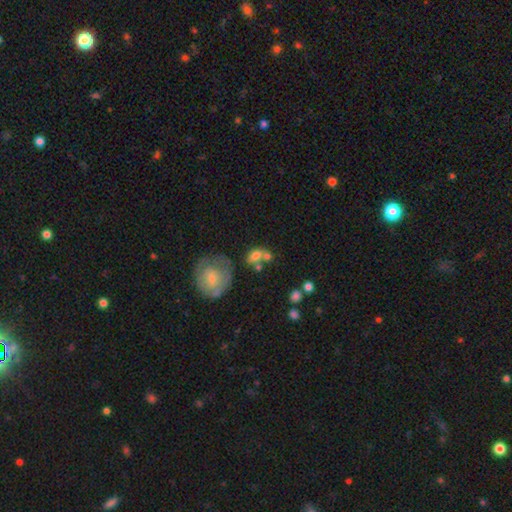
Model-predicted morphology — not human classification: Smooth or featured?
  - smooth: 68% *
  - featured or disk: 21%
  - star or artifact: 10%
How rounded?
  - in between: 62% *
  - round: 36%
  - cigar-shaped: 2%
Merging?
  - merger: 39% *
  - none: 35%
  - minor disturbance: 16%
  - major disturbance: 10%